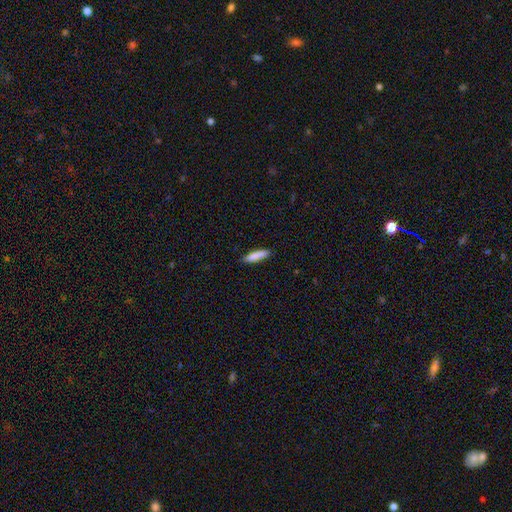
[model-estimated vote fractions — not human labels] smooth_or_featured: smooth (p=0.85) [alt: featured or disk p=0.09]
how_rounded: cigar-shaped (p=0.77) [alt: in between p=0.22]
merging: none (p=0.86) [alt: minor disturbance p=0.11]